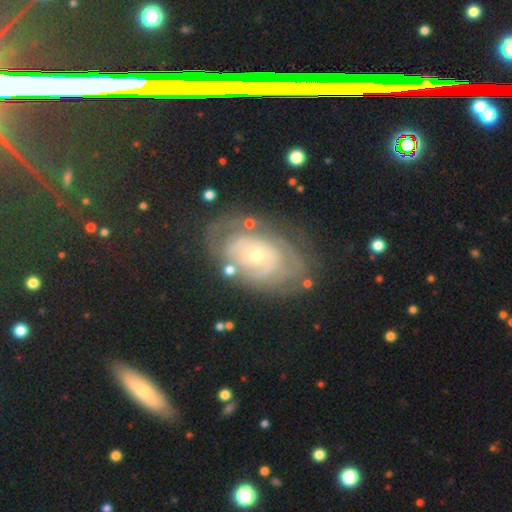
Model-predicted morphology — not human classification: Overall: featured or disk (80%). Edge-on disk: no (96%). Bar: no (84%). Spiral arms: yes (79%). Spiral arm count: can't tell (53%; 2 19%). Spiral winding: tight (76%). Bulge size: small (65%; moderate 30%). Merging: none (66%).